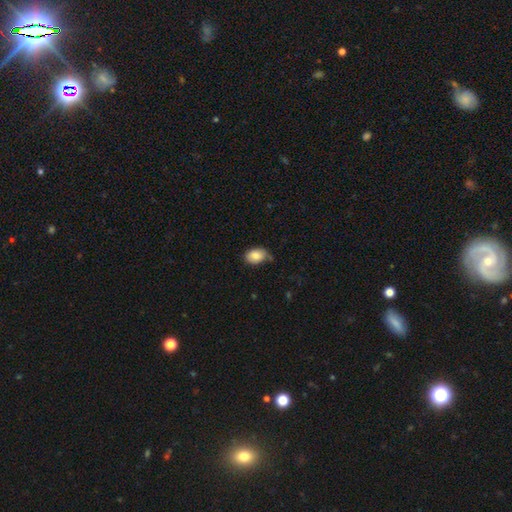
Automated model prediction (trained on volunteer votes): This appears to be a smooth galaxy with no disk features (83%) that is in between round and cigar-shaped (81%). Merging: none (58%).